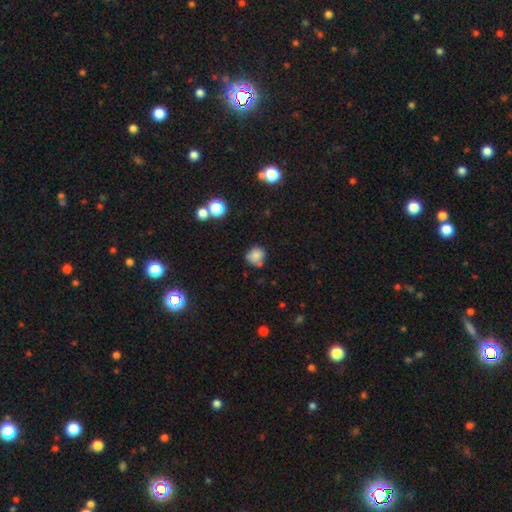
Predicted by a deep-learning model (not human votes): Smooth or featured? Predicted: smooth (p=0.81). How rounded? Predicted: round (p=0.83). Merging? Predicted: none (p=0.66).